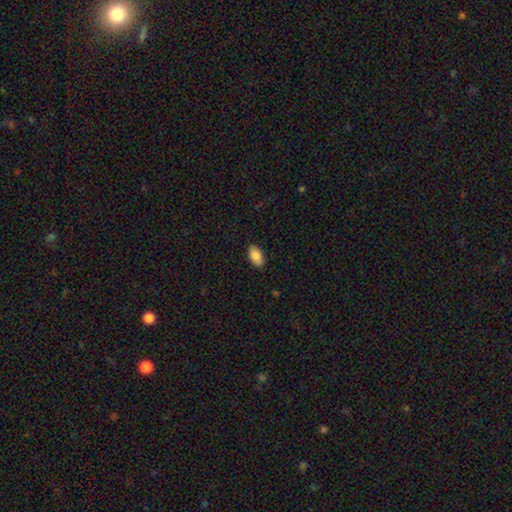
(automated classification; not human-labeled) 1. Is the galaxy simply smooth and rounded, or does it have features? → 87% smooth, 7% star or artifact, 7% featured or disk.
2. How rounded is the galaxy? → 94% in between, 4% round, 2% cigar-shaped.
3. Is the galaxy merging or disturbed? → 88% none, 9% minor disturbance, 2% major disturbance, 1% merger.